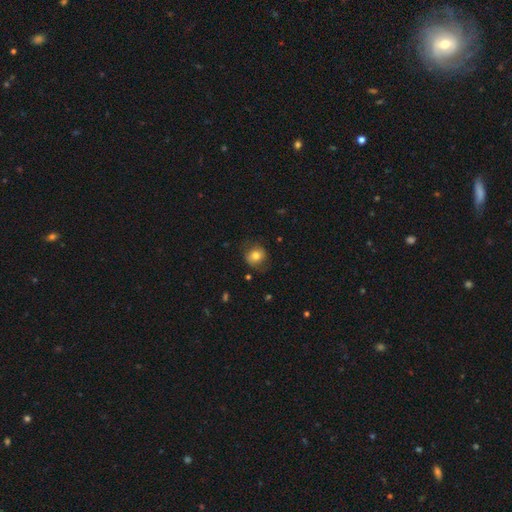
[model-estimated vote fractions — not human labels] Smooth or featured? Predicted: smooth (p=0.73). How rounded? Predicted: round (p=0.76). Merging? Predicted: none (p=0.71).